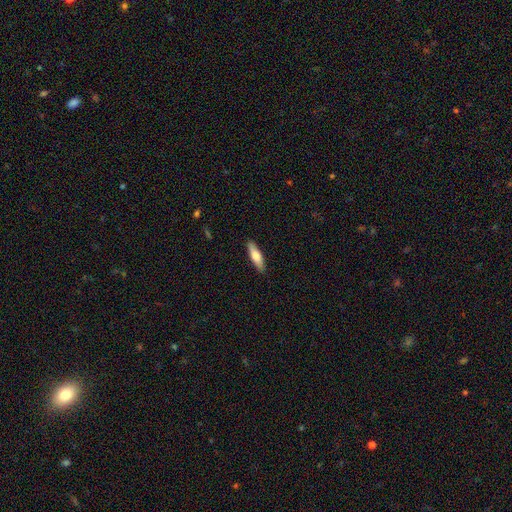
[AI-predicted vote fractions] Morphology: type=smooth (65%); roundness=cigar-shaped (64%); merging=none (89%).